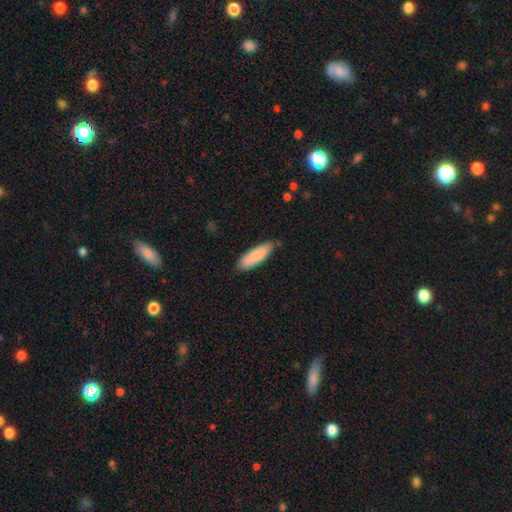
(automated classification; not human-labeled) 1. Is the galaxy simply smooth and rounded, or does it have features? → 84% smooth, 11% featured or disk, 5% star or artifact.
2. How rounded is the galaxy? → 54% in between, 45% cigar-shaped, 1% round.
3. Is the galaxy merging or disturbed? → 80% none, 16% minor disturbance, 2% major disturbance, 1% merger.